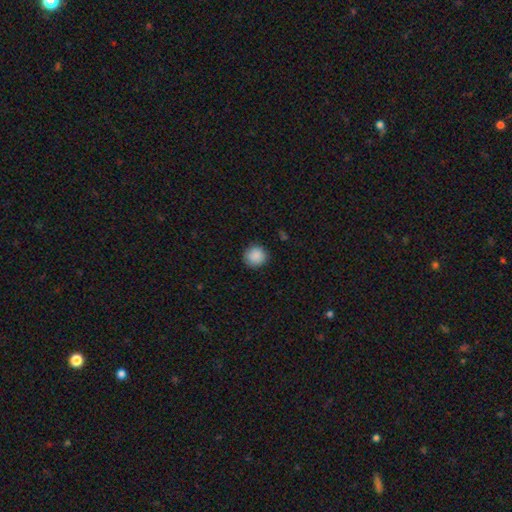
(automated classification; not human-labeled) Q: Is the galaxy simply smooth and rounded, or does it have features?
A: smooth — 88%.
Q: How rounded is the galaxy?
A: round — 93%.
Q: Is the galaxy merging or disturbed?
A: none — 90%.